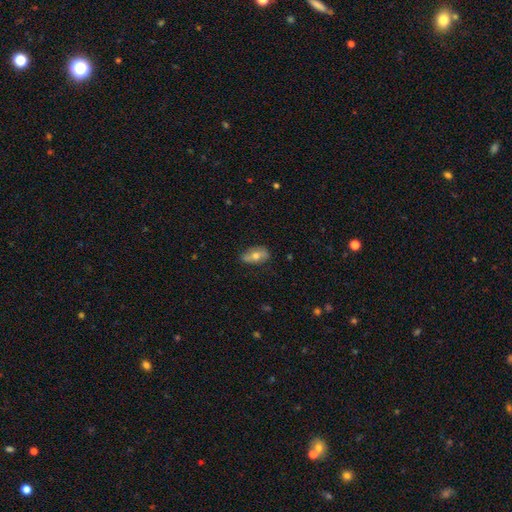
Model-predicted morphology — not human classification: This appears to be a smooth galaxy with no disk features (57%) that is in between round and cigar-shaped (87%). Merging: none (76%).